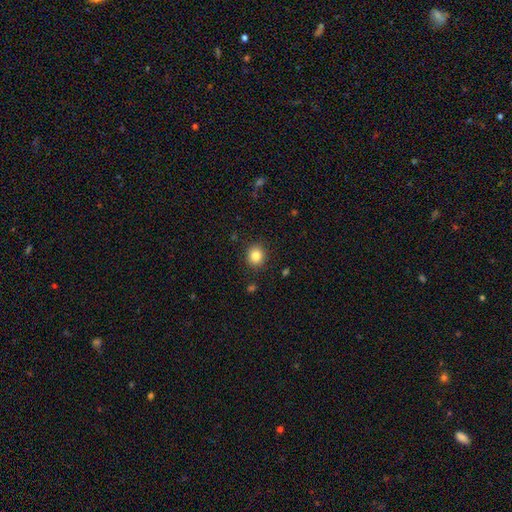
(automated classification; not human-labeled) This is clearly a smooth galaxy (85%). How rounded: clearly round (81%). Merging: clearly none (90%).